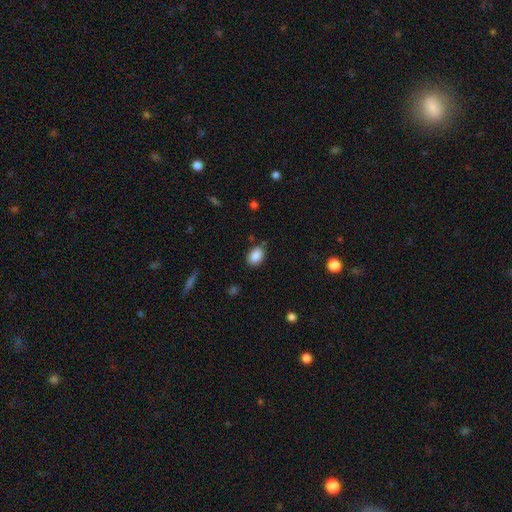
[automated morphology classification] Smooth or featured? smooth (88%)
How rounded? in between (80%)
Merging? none (82%)